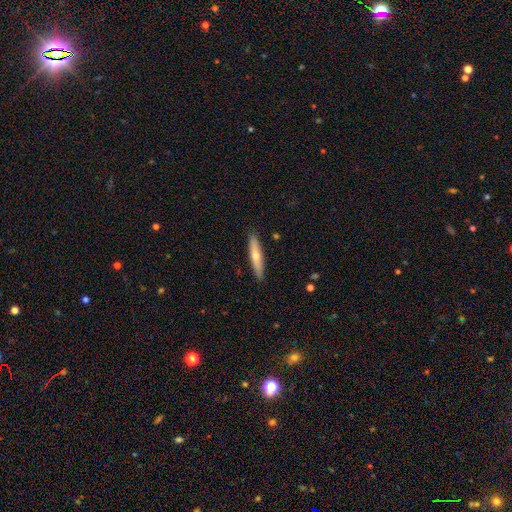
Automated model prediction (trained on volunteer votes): Smooth or featured? Predicted: smooth (p=0.53). How rounded? Predicted: cigar-shaped (p=0.88). Merging? Predicted: none (p=0.90).